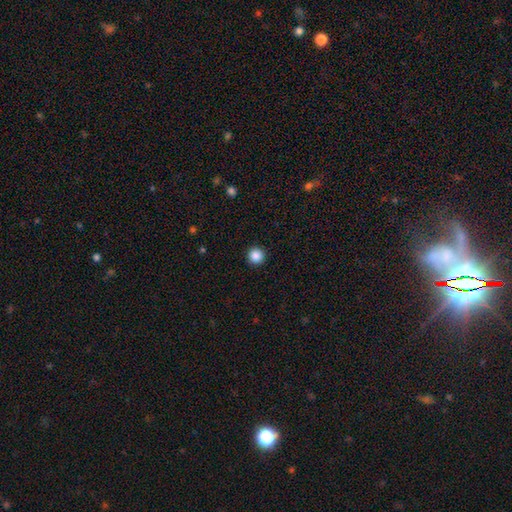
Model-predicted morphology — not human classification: Smooth or featured? smooth (87%)
How rounded? round (96%)
Merging? none (93%)